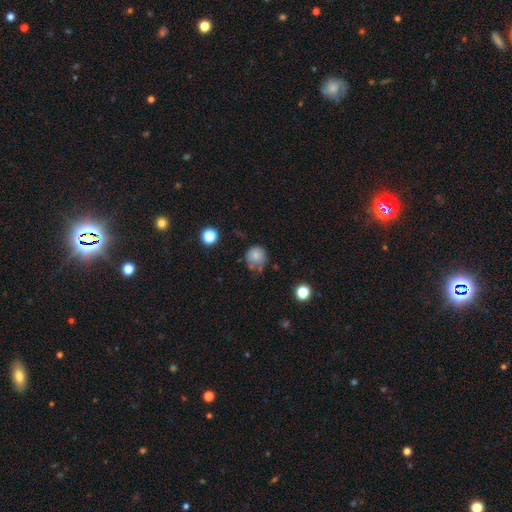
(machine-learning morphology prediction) smooth-or-featured: smooth: 78% | featured or disk: 11% | star or artifact: 11%
  how-rounded: round: 85% | in between: 14% | cigar-shaped: 1%
  merging: none: 52% | minor disturbance: 30% | major disturbance: 11% | merger: 7%